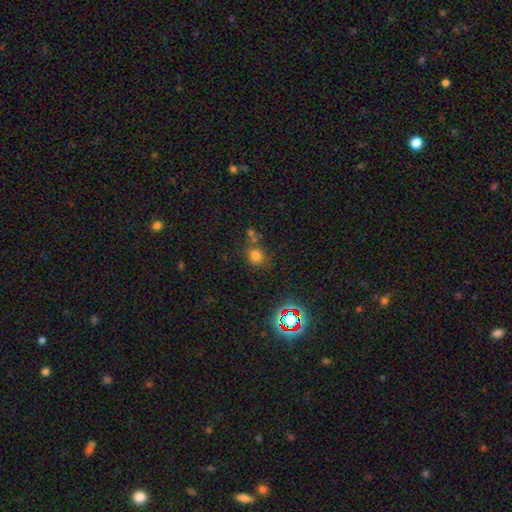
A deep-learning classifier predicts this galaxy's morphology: smooth_or_featured: smooth (p=0.72) [alt: star or artifact p=0.21]
how_rounded: round (p=0.84) [alt: in between p=0.15]
merging: none (p=0.64) [alt: merger p=0.16]